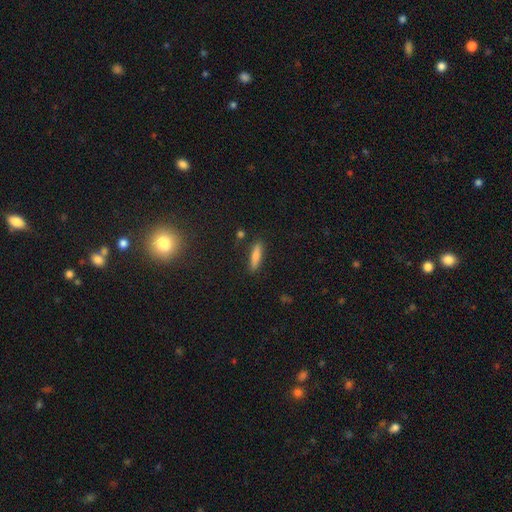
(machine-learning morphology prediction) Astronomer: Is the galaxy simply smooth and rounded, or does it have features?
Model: smooth — 76%.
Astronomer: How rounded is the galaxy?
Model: cigar-shaped — 73%.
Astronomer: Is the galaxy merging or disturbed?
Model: none — 85%.